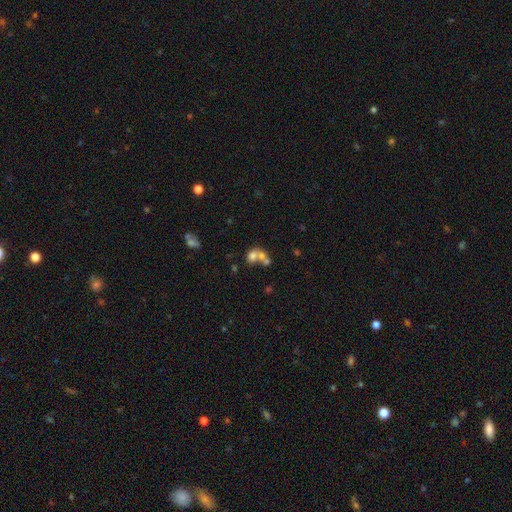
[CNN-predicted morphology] This is likely a smooth galaxy (63%). How rounded: possibly round (53%). Merging: likely merger (63%).